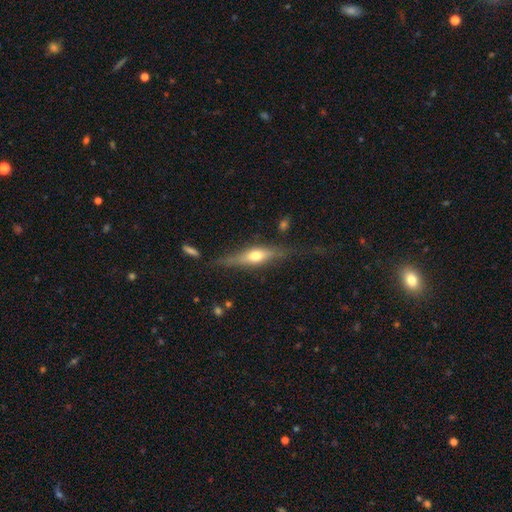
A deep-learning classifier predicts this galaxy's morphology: Q: Smooth or featured?
A: featured or disk (57%); runner-up: smooth (36%)
Q: Edge-on disk?
A: yes (91%); runner-up: no (9%)
Q: Edge-on bulge?
A: rounded (90%); runner-up: boxy (6%)
Q: Merging?
A: none (71%); runner-up: minor disturbance (19%)